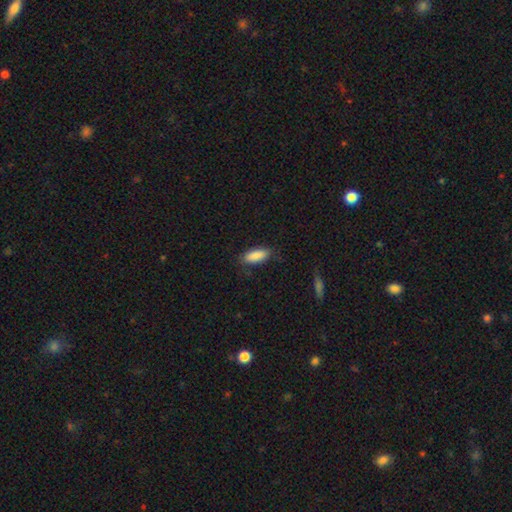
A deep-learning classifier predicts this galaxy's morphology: Smooth or featured?
  - smooth: 88% *
  - star or artifact: 6%
  - featured or disk: 6%
How rounded?
  - in between: 77% *
  - cigar-shaped: 21%
  - round: 2%
Merging?
  - none: 80% *
  - minor disturbance: 15%
  - major disturbance: 3%
  - merger: 1%